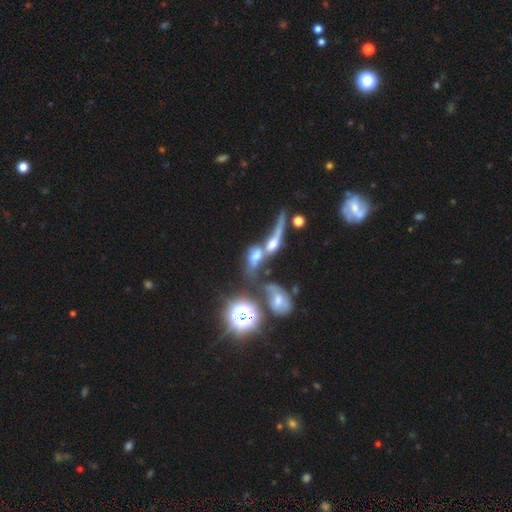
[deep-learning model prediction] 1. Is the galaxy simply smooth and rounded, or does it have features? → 40% smooth (tied), 40% featured or disk (tied), 20% star or artifact.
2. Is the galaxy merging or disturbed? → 72% merger, 11% major disturbance, 11% none, 5% minor disturbance.